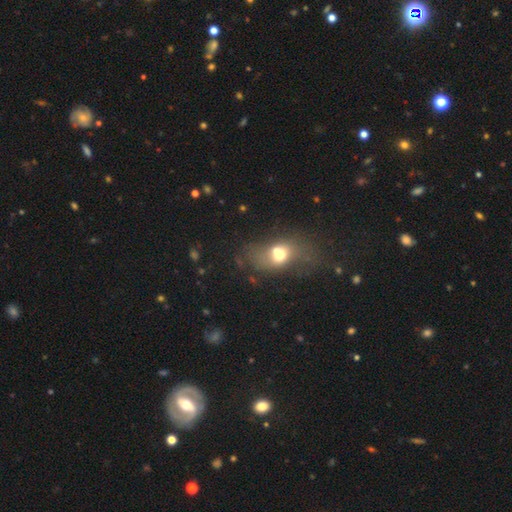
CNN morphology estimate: This is possibly a smooth galaxy (57%). How rounded: likely in between (68%). Merging: possibly none (58%).